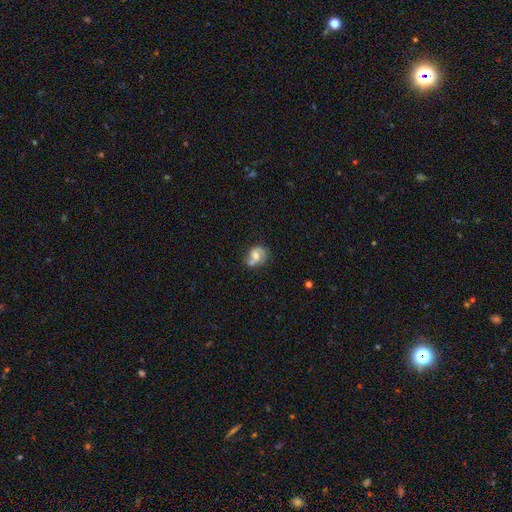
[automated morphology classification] smooth_or_featured: featured or disk (p=0.54) [alt: smooth p=0.37]
disk_edge_on: no (p=0.97) [alt: yes p=0.03]
bar: no (p=0.54) [alt: weak p=0.35]
has_spiral_arms: yes (p=0.77) [alt: no p=0.23]
bulge_size: moderate (p=0.41) [alt: small p=0.23]
merging: none (p=0.42) [alt: merger p=0.26]